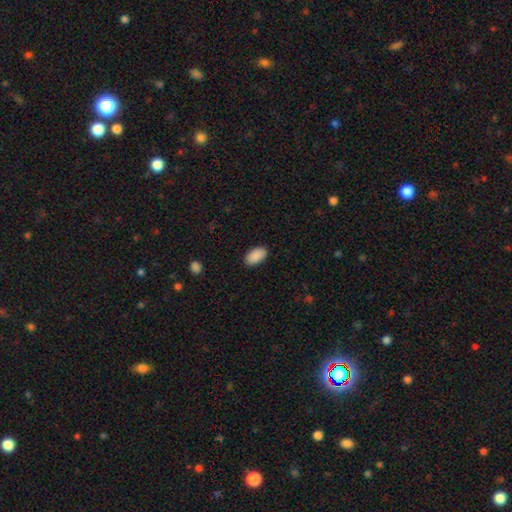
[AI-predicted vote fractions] Overall: smooth (91%). How rounded: in between (95%). Merging: none (88%).